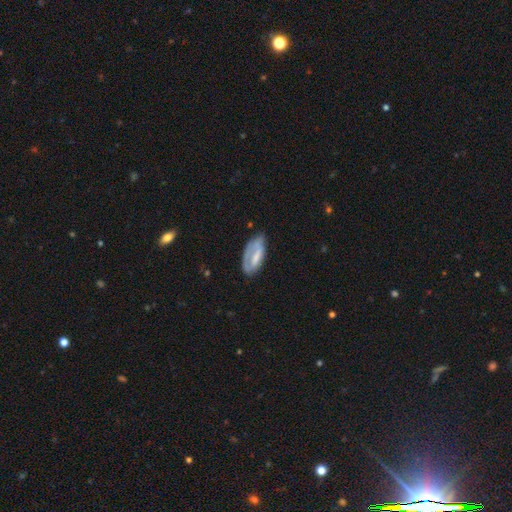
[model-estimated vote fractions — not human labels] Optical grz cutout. It shows a smooth galaxy with no disk features (51%) that is in between round and cigar-shaped (84%). Merging: none (48%).